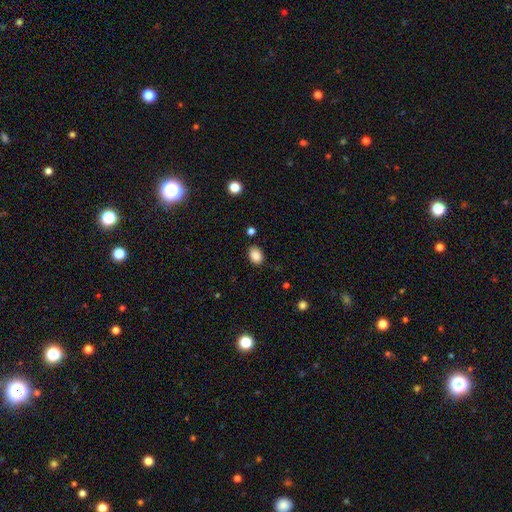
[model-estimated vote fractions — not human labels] smooth_or_featured: smooth (p=0.87) [alt: star or artifact p=0.10]
how_rounded: in between (p=0.71) [alt: round p=0.28]
merging: none (p=0.79) [alt: minor disturbance p=0.15]